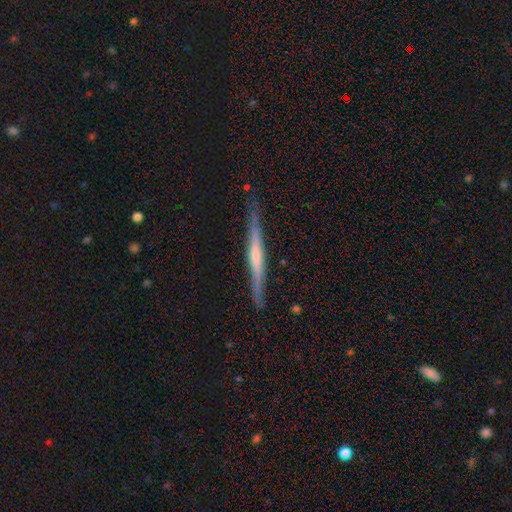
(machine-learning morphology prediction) smooth-or-featured: featured or disk: 65% | smooth: 30% | star or artifact: 6%
  disk-edge-on: yes: 97% | no: 3%
    edge-on-bulge: none: 50% | rounded: 35% | boxy: 15%
  merging: none: 85% | minor disturbance: 12% | major disturbance: 2% | merger: 1%